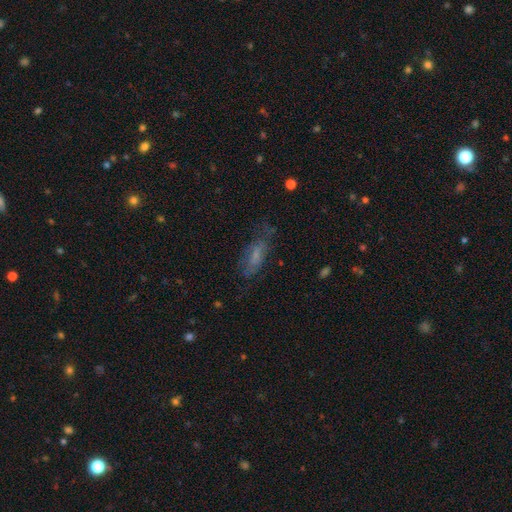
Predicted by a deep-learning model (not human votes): A smooth galaxy with no disk features (53%) that is in between round and cigar-shaped (62%). Merging: none (57%).